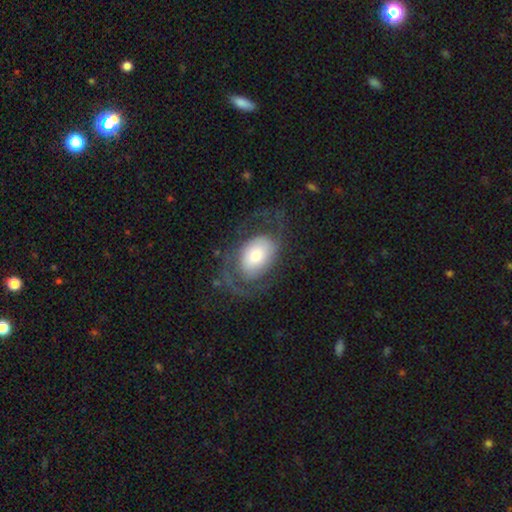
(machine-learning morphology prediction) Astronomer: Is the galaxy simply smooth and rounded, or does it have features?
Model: featured or disk — 54% (runner-up: smooth, 39%).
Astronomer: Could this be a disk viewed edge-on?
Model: no — 94%.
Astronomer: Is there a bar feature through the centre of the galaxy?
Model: no — 74%.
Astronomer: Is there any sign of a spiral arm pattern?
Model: yes — 69%.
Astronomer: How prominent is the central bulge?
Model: moderate — 51%.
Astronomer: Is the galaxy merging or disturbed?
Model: none — 48% (runner-up: major disturbance, 31%).